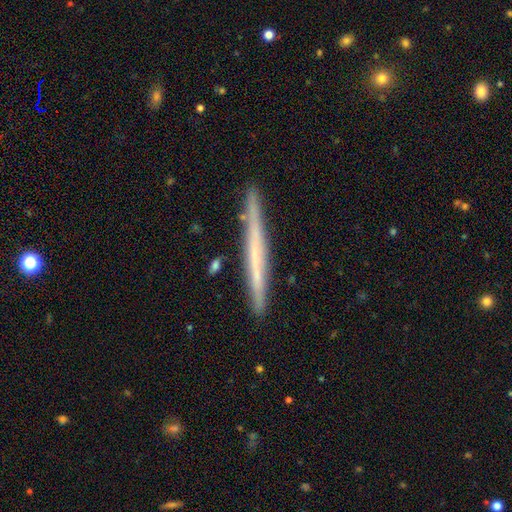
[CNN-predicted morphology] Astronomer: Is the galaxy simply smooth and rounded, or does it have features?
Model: featured or disk — 51% (runner-up: smooth, 43%).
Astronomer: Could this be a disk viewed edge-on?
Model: yes — 96%.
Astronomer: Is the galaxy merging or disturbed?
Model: none — 89%.